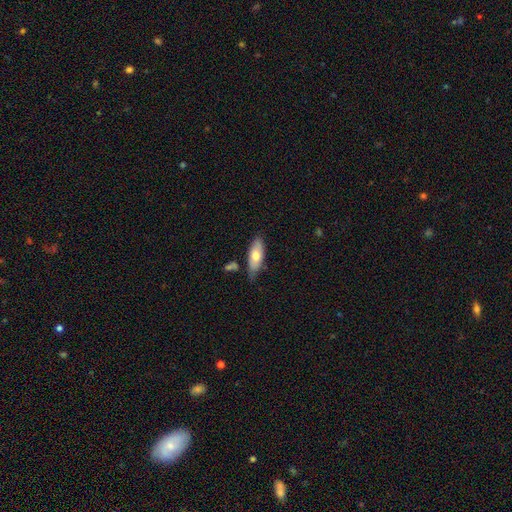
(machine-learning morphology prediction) type=smooth (65%); roundness=in between (74%); merging=none (68%).